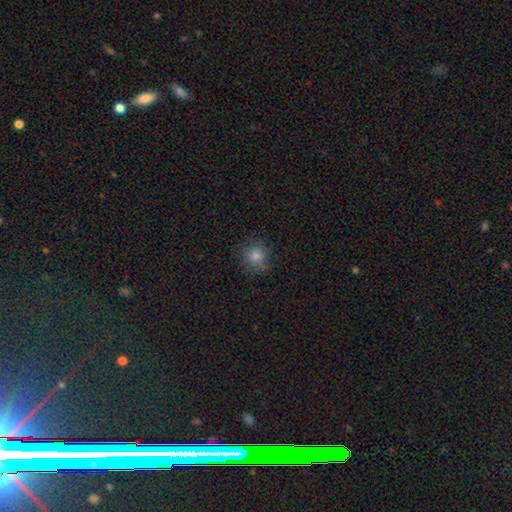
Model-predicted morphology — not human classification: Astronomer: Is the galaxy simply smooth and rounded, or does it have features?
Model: smooth — 79%.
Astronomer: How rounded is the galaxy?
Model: round — 91%.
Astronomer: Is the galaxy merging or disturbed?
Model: none — 83%.